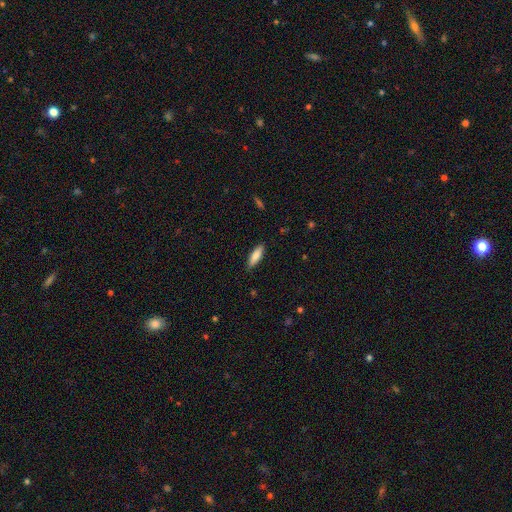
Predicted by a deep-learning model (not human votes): Smooth or featured? Predicted: smooth (p=0.84). How rounded? Predicted: cigar-shaped (p=0.51). Merging? Predicted: none (p=0.87).